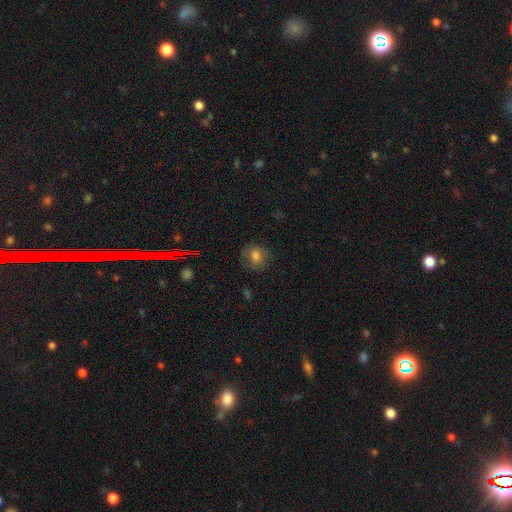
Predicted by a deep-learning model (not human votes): This appears to be a smooth galaxy with no disk features (73%) that is round (72%). Merging: none (75%).